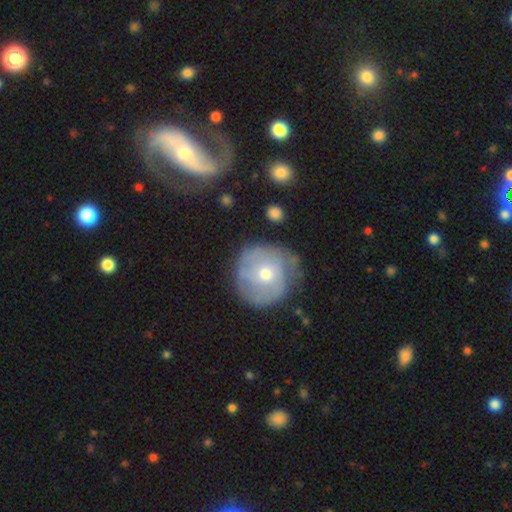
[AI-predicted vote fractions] A featured or disk galaxy (65%) with no bar (68%), spiral arms (77%) and a moderate central bulge (58%).

Vote fractions:
- Smooth or featured? featured or disk: 65% / smooth: 27% / star or artifact: 8%
- Edge-on disk? no: 95% / yes: 5%
- Bar? no: 68% / weak: 23% / strong: 9%
- Spiral arms? yes: 77% / no: 23%
- Bulge size? moderate: 58% / small: 37% / large: 2% / none: 1% / dominant: 1%
- Merging? none: 70% / minor disturbance: 18% / major disturbance: 9% / merger: 3%